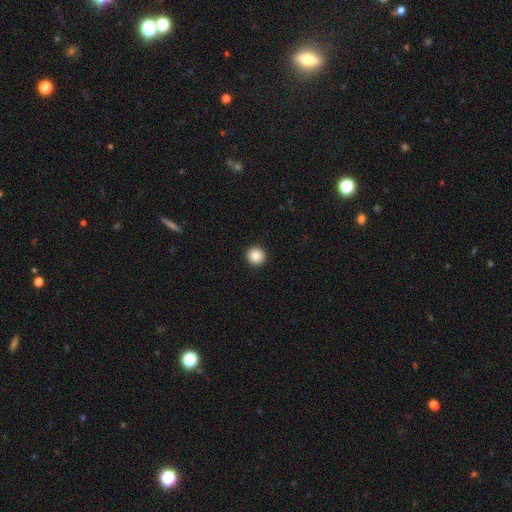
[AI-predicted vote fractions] This is clearly a smooth galaxy (87%). How rounded: clearly round (94%). Merging: clearly none (94%).